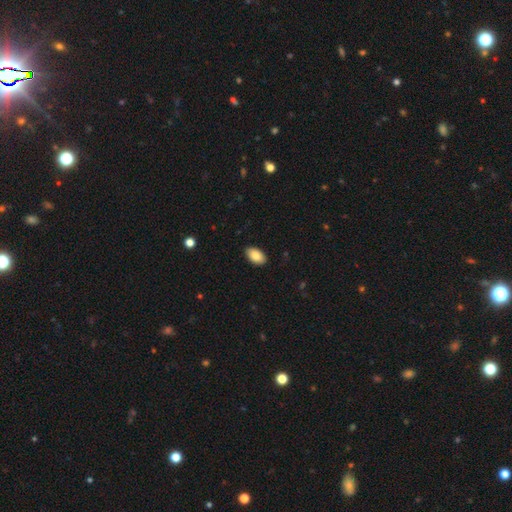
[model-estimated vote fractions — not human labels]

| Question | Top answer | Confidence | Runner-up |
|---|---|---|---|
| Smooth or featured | smooth | 86% | featured or disk (7%) |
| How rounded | in between | 94% | round (4%) |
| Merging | none | 88% | minor disturbance (9%) |